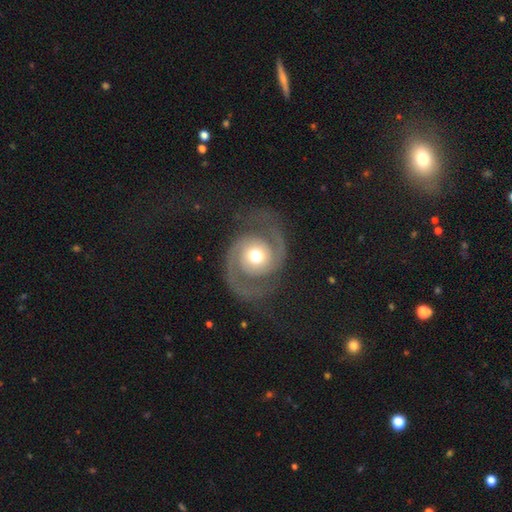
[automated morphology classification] This is clearly a featured or disk galaxy (91%). It is clearly not viewed edge-on (98%). Bar: likely no (71%). Spiral arm pattern: clearly yes (98%). Spiral arm count: clearly 2 (94%). Spiral winding: possibly medium (52%). Central bulge: likely moderate (72%). Merging: clearly none (81%).